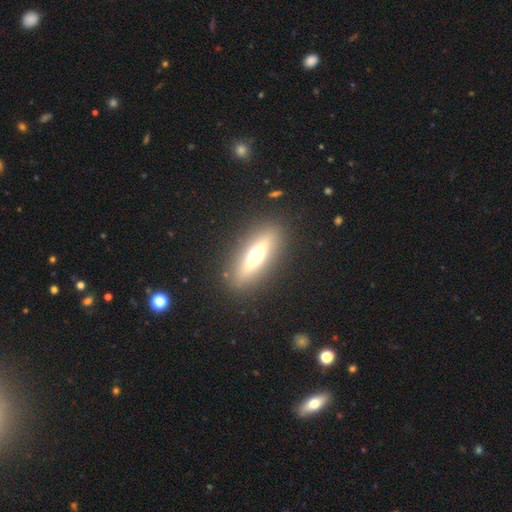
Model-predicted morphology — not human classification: A featured or disk galaxy (55%) viewed edge-on (83%).

Vote fractions:
- Smooth or featured? featured or disk: 55% / smooth: 36% / star or artifact: 9%
- Edge-on disk? yes: 83% / no: 17%
- Merging? none: 88% / minor disturbance: 8% / major disturbance: 3% / merger: 1%